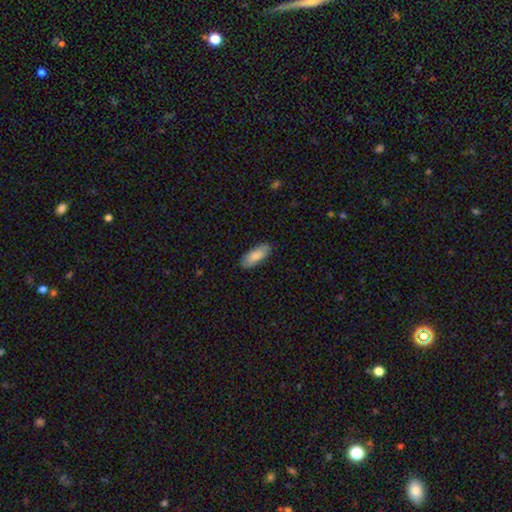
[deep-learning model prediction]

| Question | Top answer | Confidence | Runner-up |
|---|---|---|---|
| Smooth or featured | smooth | 85% | featured or disk (9%) |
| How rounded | in between | 76% | cigar-shaped (22%) |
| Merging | none | 87% | minor disturbance (10%) |